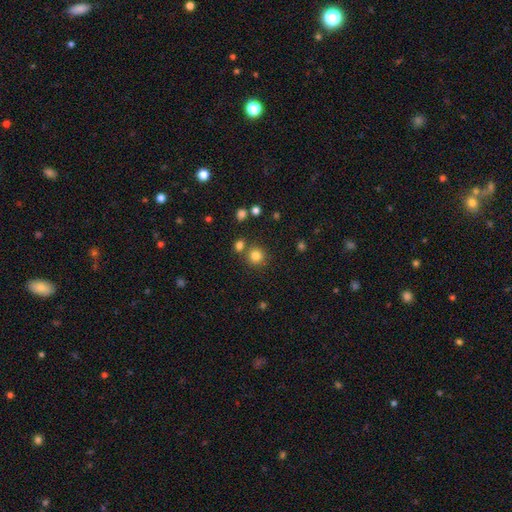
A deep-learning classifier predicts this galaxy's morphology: type=smooth (80%); roundness=round (92%); merging=none (77%).